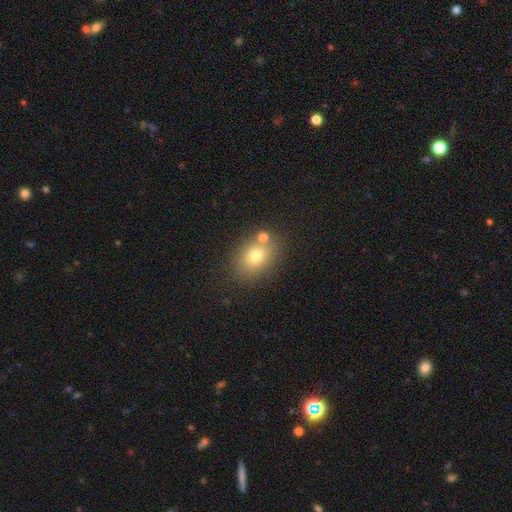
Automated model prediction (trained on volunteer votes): A smooth galaxy with no disk features (74%) that is in between round and cigar-shaped (61%). Merging: none (71%).